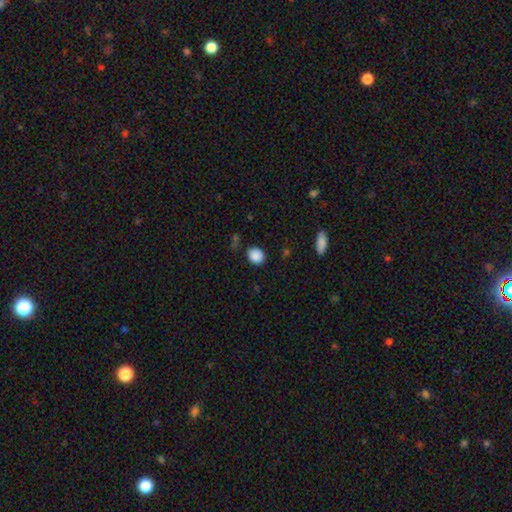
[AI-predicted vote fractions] Q: Smooth or featured?
A: smooth (88%); runner-up: star or artifact (9%)
Q: How rounded?
A: round (65%); runner-up: in between (34%)
Q: Merging?
A: none (82%); runner-up: minor disturbance (12%)